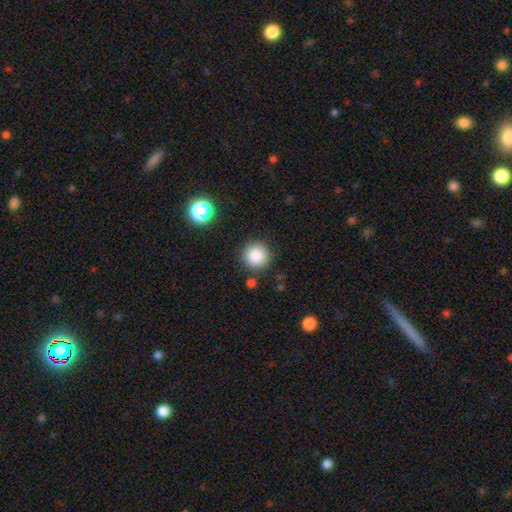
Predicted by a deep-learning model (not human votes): Overall: smooth (85%). How rounded: round (95%). Merging: none (87%).